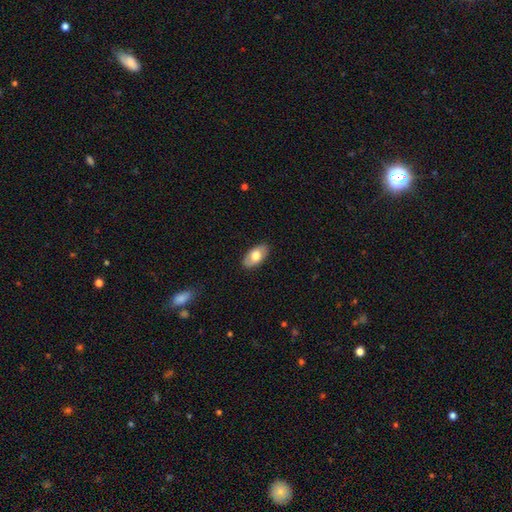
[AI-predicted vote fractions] Smooth or featured: smooth — 68% (featured or disk — 26%)
How rounded: in between — 94% (round — 4%)
Merging: none — 86% (minor disturbance — 11%)